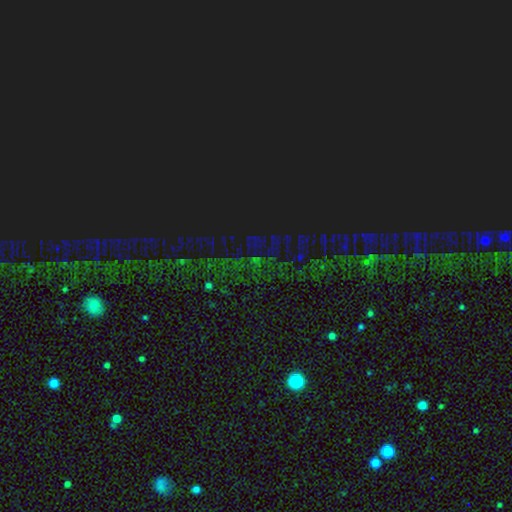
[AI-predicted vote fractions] smooth_or_featured: star or artifact (p=0.82) [alt: smooth p=0.11]